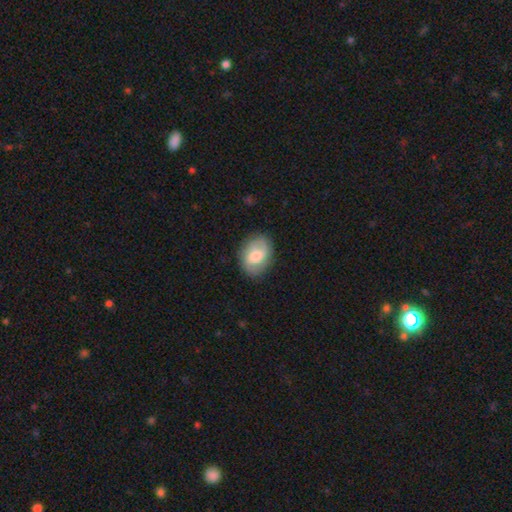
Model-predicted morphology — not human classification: Smooth or featured: smooth — 50% (featured or disk — 43%)
How rounded: in between — 69% (round — 30%)
Merging: none — 78% (minor disturbance — 16%)